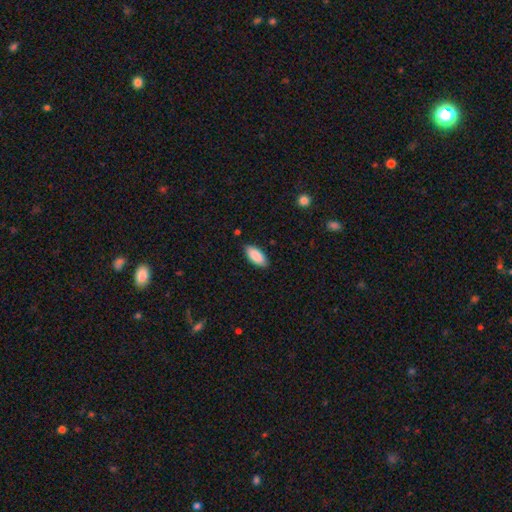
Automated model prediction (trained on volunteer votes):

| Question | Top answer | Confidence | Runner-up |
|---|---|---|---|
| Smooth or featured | smooth | 89% | star or artifact (6%) |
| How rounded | in between | 89% | cigar-shaped (9%) |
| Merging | none | 86% | minor disturbance (11%) |